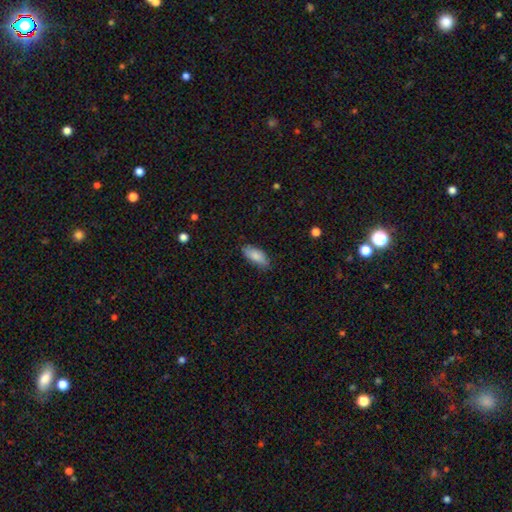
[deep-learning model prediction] A smooth galaxy with no disk features (83%) that is in between round and cigar-shaped (86%).

Vote fractions:
- Smooth or featured? smooth: 83% / featured or disk: 11% / star or artifact: 6%
- How rounded? in between: 86% / cigar-shaped: 12% / round: 2%
- Merging? none: 80% / minor disturbance: 17% / major disturbance: 3% / merger: 1%